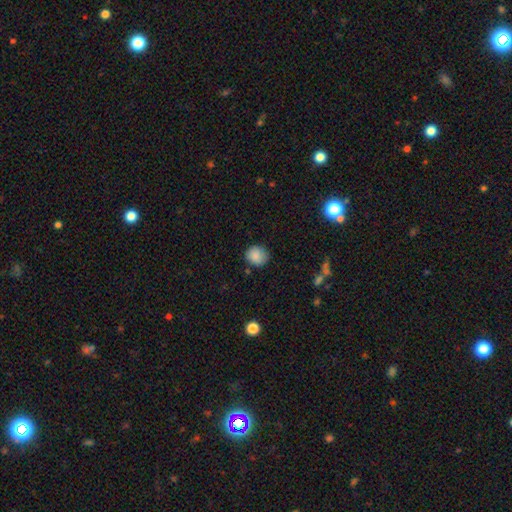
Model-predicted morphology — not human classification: A smooth galaxy with no disk features (87%) that is round (76%). Merging: none (79%).